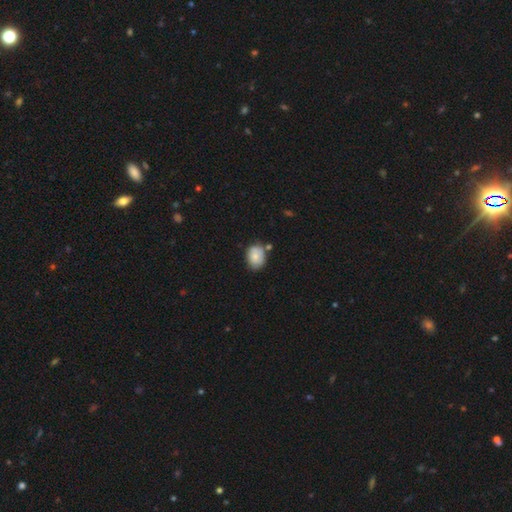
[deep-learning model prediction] Smooth or featured? smooth (79%)
How rounded? in between (63%)
Merging? none (65%)